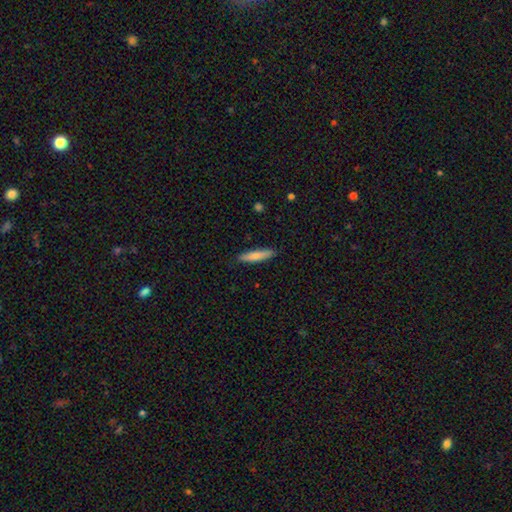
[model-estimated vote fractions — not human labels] Smooth or featured? Predicted: smooth (p=0.76). How rounded? Predicted: cigar-shaped (p=0.86). Merging? Predicted: none (p=0.89).